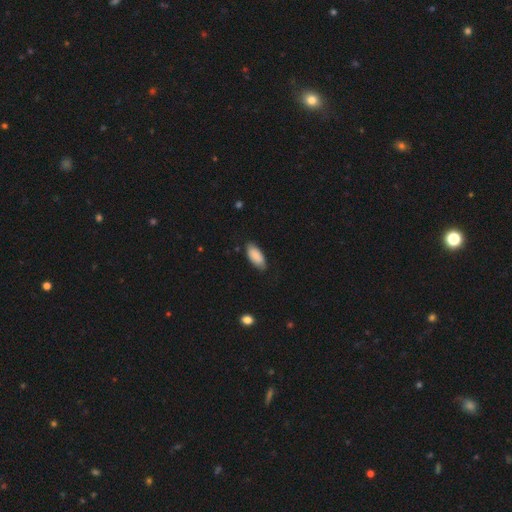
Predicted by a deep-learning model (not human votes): The model was most divided on "merging": none: 78%, minor disturbance: 18%, major disturbance: 3%, merger: 1%. More confident: how rounded — in between (90%); smooth or featured — smooth (86%).